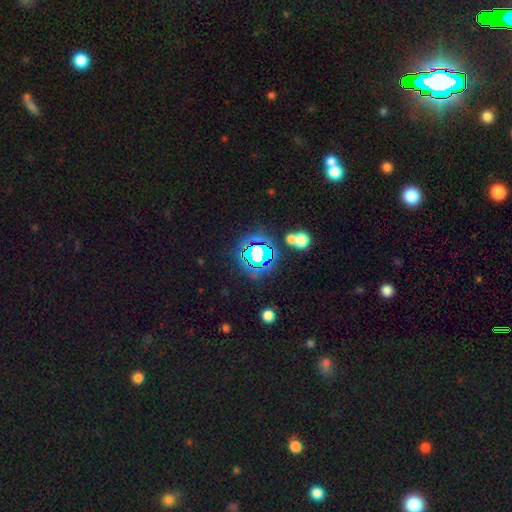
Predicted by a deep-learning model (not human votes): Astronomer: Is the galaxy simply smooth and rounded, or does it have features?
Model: star or artifact — 73%.